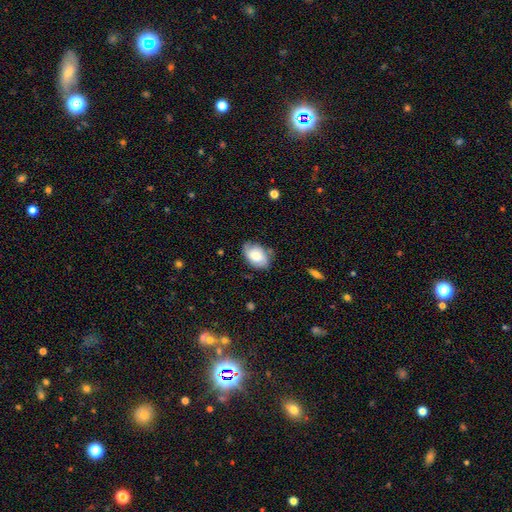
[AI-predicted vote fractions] Overall: smooth (64%; featured or disk 28%). How rounded: in between (87%). Merging: none (66%; minor disturbance 26%).